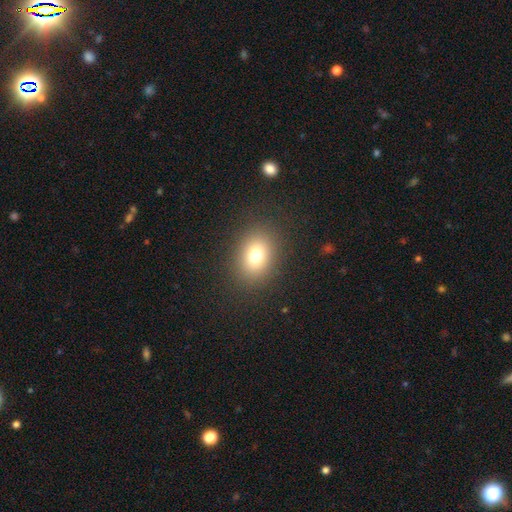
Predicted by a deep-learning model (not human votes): A smooth galaxy with no disk features (75%) that is in between round and cigar-shaped (53%).

Vote fractions:
- Smooth or featured? smooth: 75% / star or artifact: 15% / featured or disk: 10%
- How rounded? in between: 53% / round: 46% / cigar-shaped: 1%
- Merging? none: 87% / minor disturbance: 7% / major disturbance: 4% / merger: 1%